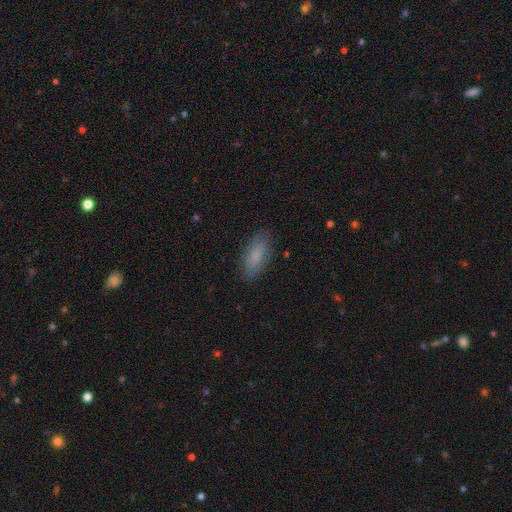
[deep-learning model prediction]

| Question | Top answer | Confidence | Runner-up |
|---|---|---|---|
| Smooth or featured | smooth | 82% | featured or disk (11%) |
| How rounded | in between | 83% | cigar-shaped (15%) |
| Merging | none | 85% | minor disturbance (12%) |